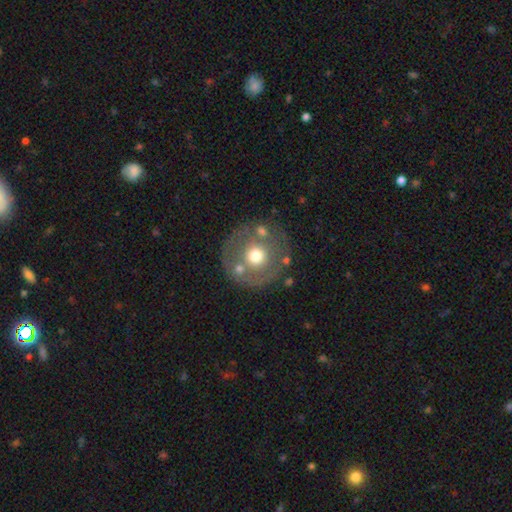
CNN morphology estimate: Smooth or featured? smooth (53%)
How rounded? round (93%)
Merging? none (72%)